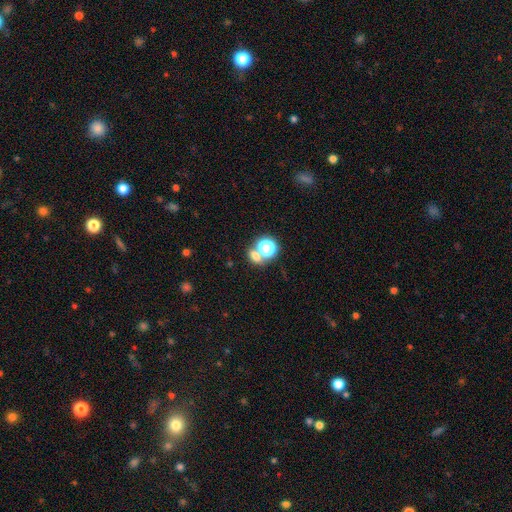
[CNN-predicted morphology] Smooth or featured? Predicted: smooth (p=0.65). How rounded? Predicted: round (p=0.58). Merging? Predicted: none (p=0.52).